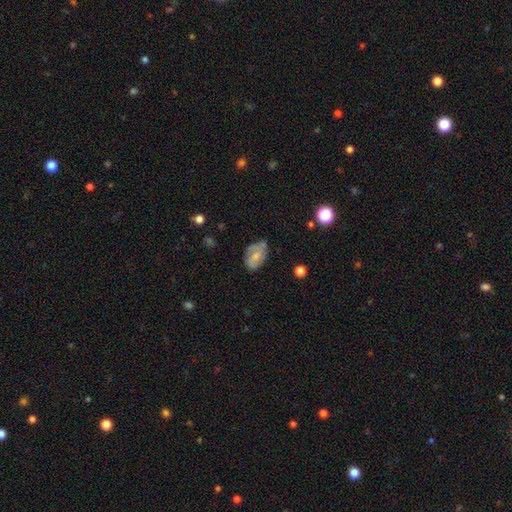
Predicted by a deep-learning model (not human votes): This is possibly a featured or disk galaxy (49%). Merging: possibly none (57%).